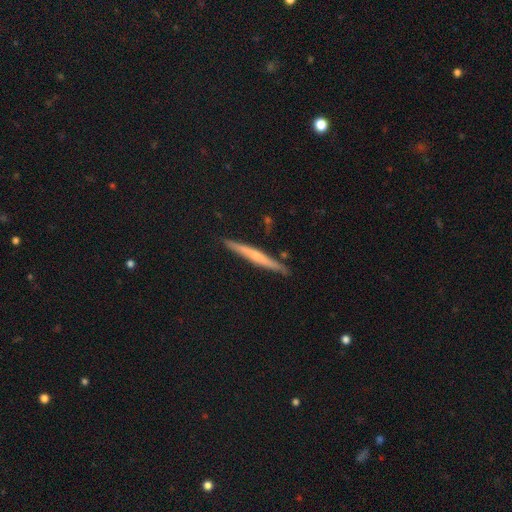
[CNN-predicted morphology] smooth-or-featured: featured or disk: 58% | smooth: 35% | star or artifact: 6%
  disk-edge-on: yes: 97% | no: 3%
    edge-on-bulge: rounded: 52% | none: 43% | boxy: 5%
  merging: none: 88% | minor disturbance: 9% | merger: 2% | major disturbance: 2%